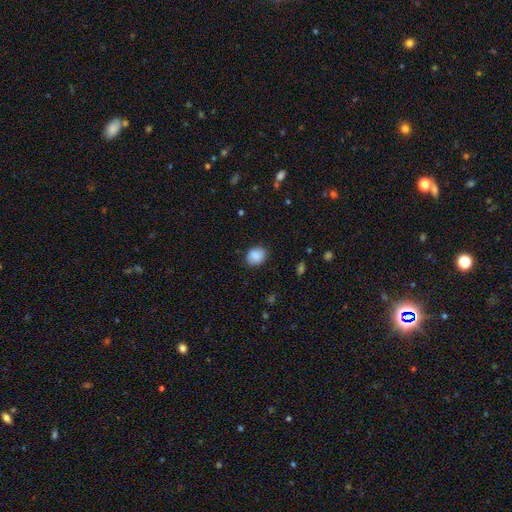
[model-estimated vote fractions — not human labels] Smooth or featured? smooth (87%)
How rounded? round (55%)
Merging? none (83%)